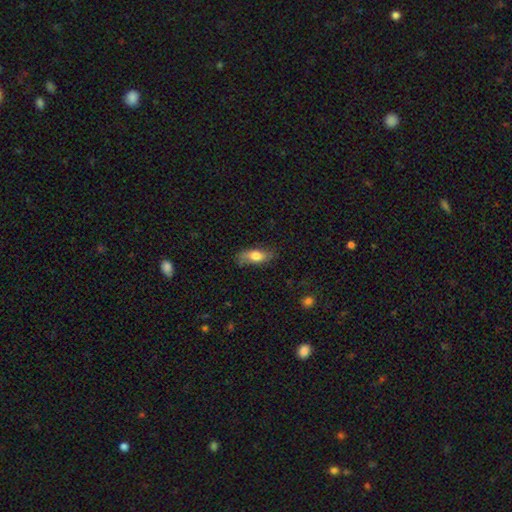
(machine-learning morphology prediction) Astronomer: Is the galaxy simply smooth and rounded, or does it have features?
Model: smooth — 71%.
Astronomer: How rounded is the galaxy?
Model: in between — 74%.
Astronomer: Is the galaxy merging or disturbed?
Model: none — 76%.